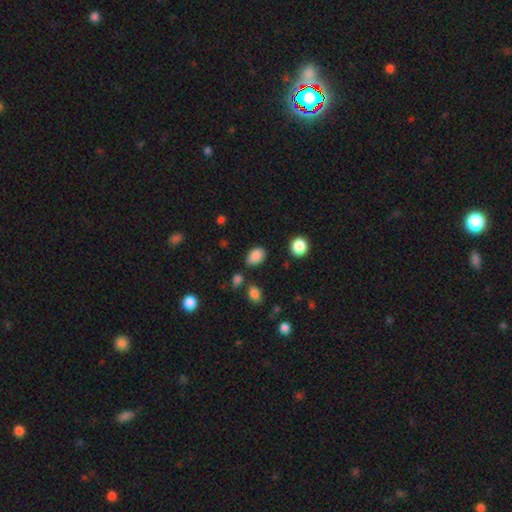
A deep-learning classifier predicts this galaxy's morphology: smooth_or_featured: smooth (p=0.86) [alt: star or artifact p=0.10]
how_rounded: in between (p=0.81) [alt: round p=0.18]
merging: none (p=0.75) [alt: minor disturbance p=0.17]